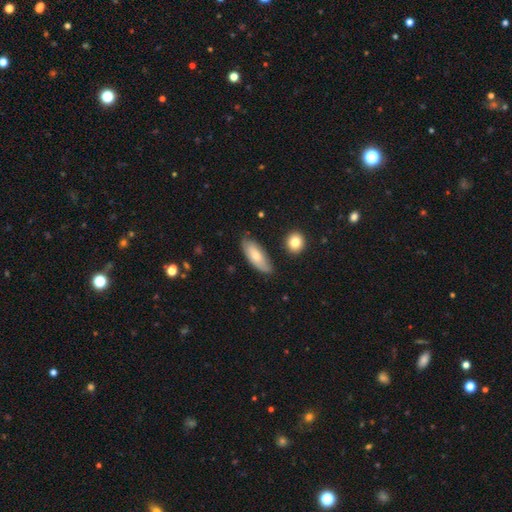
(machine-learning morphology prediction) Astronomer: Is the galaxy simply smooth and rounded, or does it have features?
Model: smooth — 69%.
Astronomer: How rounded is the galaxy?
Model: in between — 75%.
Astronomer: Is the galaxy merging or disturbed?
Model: none — 75%.